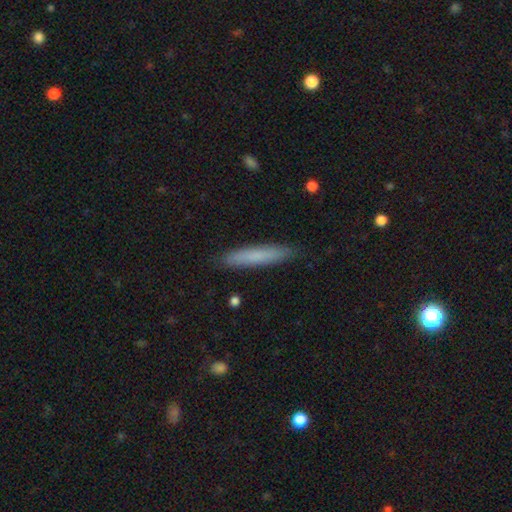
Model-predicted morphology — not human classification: smooth 74%, featured or disk 19%, star or artifact 6%. Down the decision tree: how rounded — cigar-shaped (93%); merging — none (88%).